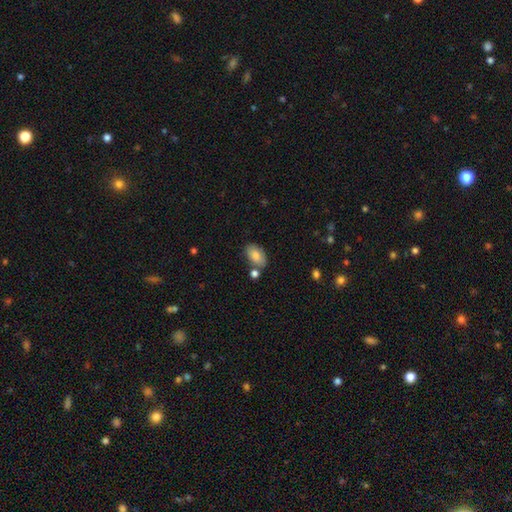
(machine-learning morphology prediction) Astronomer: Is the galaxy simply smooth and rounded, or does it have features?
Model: smooth — 83%.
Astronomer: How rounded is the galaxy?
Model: in between — 93%.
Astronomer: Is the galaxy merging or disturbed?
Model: none — 72%.